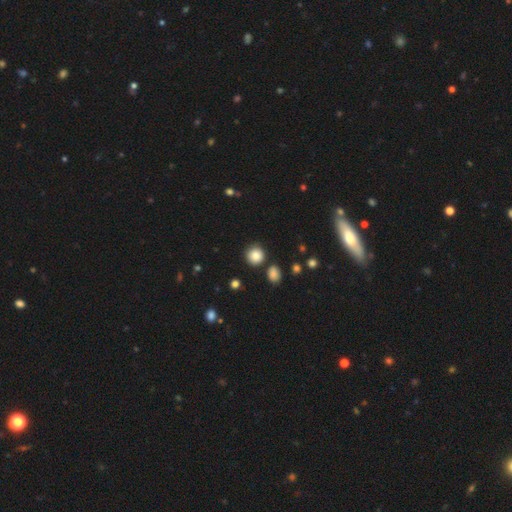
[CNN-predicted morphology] smooth_or_featured: smooth (p=0.85) [alt: star or artifact p=0.10]
how_rounded: round (p=0.92) [alt: in between p=0.07]
merging: none (p=0.83) [alt: minor disturbance p=0.09]